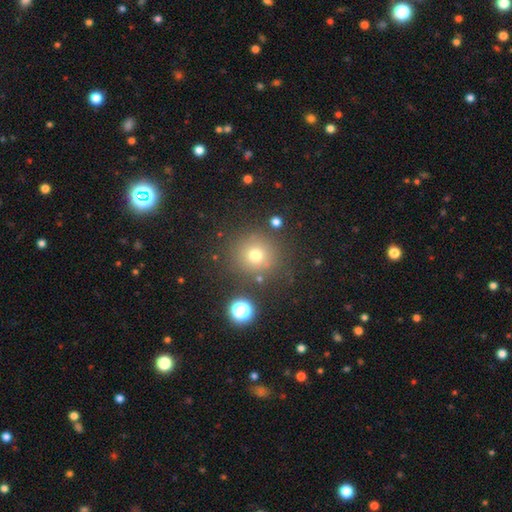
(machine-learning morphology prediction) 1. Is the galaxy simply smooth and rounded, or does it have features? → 70% smooth, 20% star or artifact, 10% featured or disk.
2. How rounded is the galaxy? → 94% round, 5% in between, 1% cigar-shaped.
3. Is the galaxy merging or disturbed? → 82% none, 9% minor disturbance, 5% merger, 4% major disturbance.